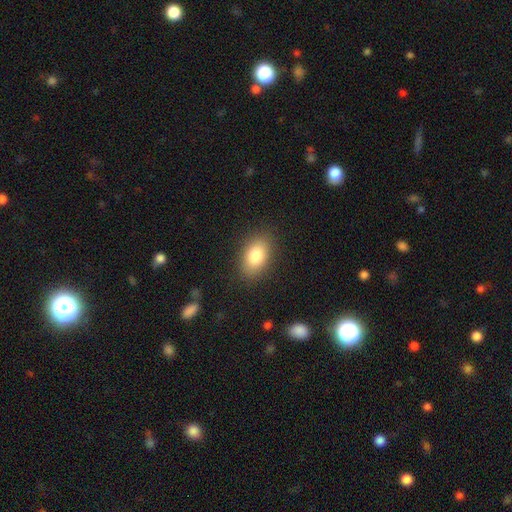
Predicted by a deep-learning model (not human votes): Q: Smooth or featured?
A: smooth (83%); runner-up: featured or disk (9%)
Q: How rounded?
A: in between (88%); runner-up: round (10%)
Q: Merging?
A: none (86%); runner-up: minor disturbance (10%)